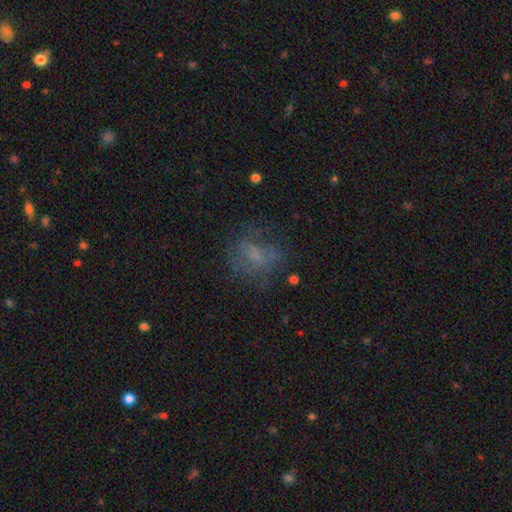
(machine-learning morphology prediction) This is possibly a smooth galaxy (46%). Merging: possibly none (56%).